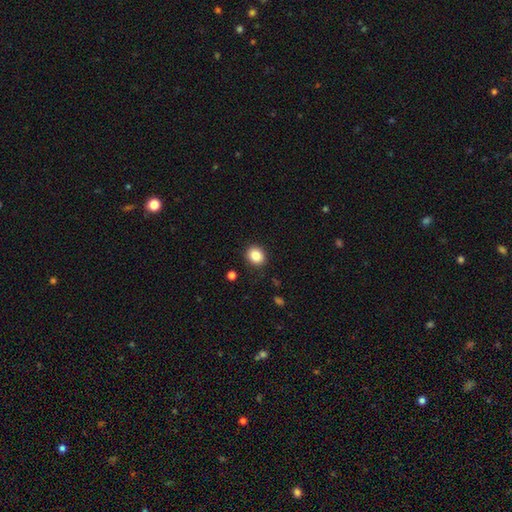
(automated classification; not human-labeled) The model was most divided on "how rounded": round: 64%, in between: 35%, cigar-shaped: 1%. More confident: merging — none (89%); smooth or featured — smooth (85%).